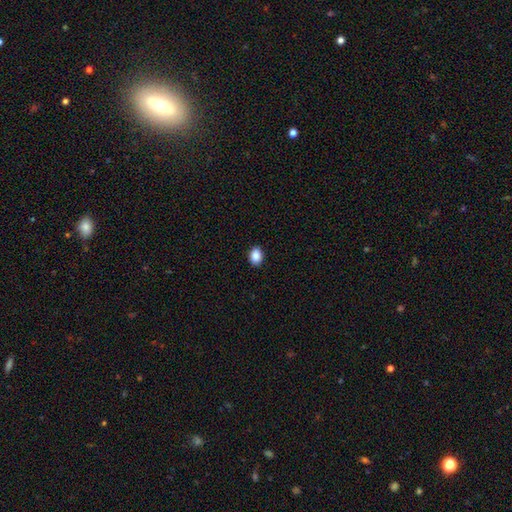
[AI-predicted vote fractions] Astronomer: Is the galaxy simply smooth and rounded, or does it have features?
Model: smooth — 89%.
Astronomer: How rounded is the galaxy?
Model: in between — 71%.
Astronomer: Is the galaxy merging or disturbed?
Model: none — 90%.